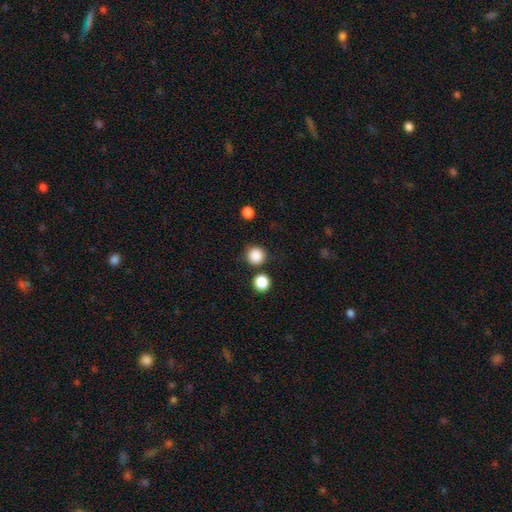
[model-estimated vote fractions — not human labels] This is clearly a smooth galaxy (87%). How rounded: clearly round (94%). Merging: clearly none (83%).